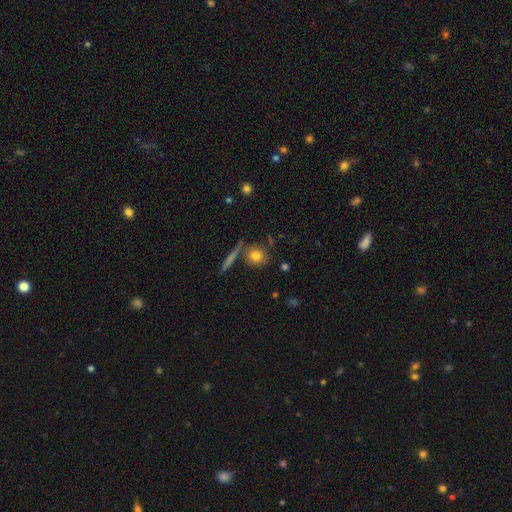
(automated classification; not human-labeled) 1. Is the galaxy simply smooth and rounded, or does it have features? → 76% smooth, 14% featured or disk, 10% star or artifact.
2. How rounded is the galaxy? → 80% round, 17% in between, 4% cigar-shaped.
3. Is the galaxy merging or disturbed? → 74% none, 12% merger, 10% minor disturbance, 4% major disturbance.